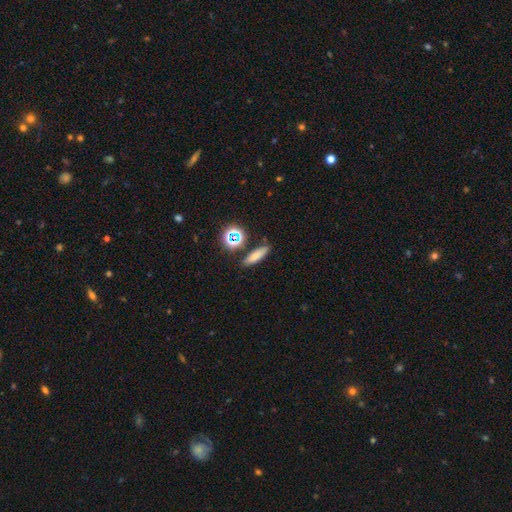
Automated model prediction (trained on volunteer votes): Morphology: type=smooth (73%); roundness=cigar-shaped (60%); merging=none (80%).